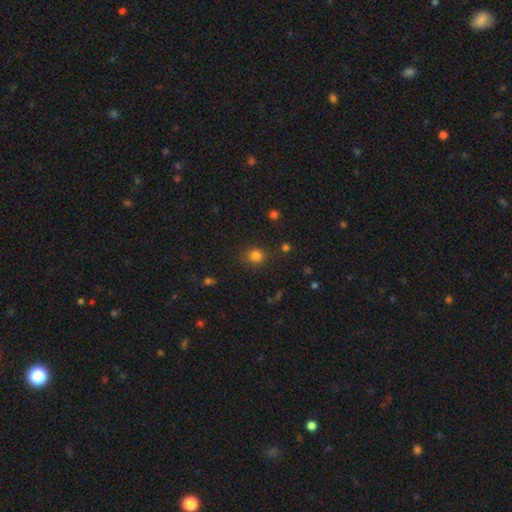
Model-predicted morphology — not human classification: A smooth galaxy with no disk features (81%) that is round (84%).

Vote fractions:
- Smooth or featured? smooth: 81% / star or artifact: 14% / featured or disk: 5%
- How rounded? round: 84% / in between: 15% / cigar-shaped: 1%
- Merging? none: 85% / minor disturbance: 10% / major disturbance: 3% / merger: 2%